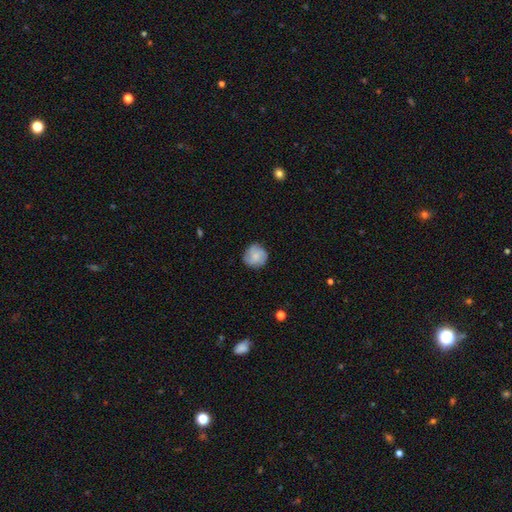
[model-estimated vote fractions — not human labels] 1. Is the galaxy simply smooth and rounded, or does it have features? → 65% smooth, 28% featured or disk, 7% star or artifact.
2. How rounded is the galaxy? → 91% round, 7% in between, 1% cigar-shaped.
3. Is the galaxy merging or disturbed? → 82% none, 14% minor disturbance, 3% major disturbance, 1% merger.